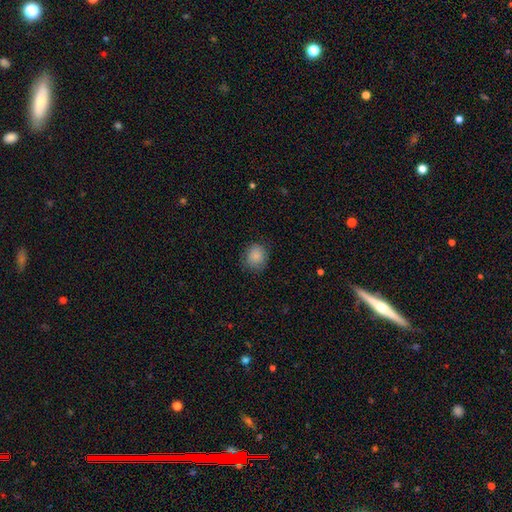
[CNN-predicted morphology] Smooth or featured? Predicted: smooth (p=0.86). How rounded? Predicted: round (p=0.81). Merging? Predicted: none (p=0.81).